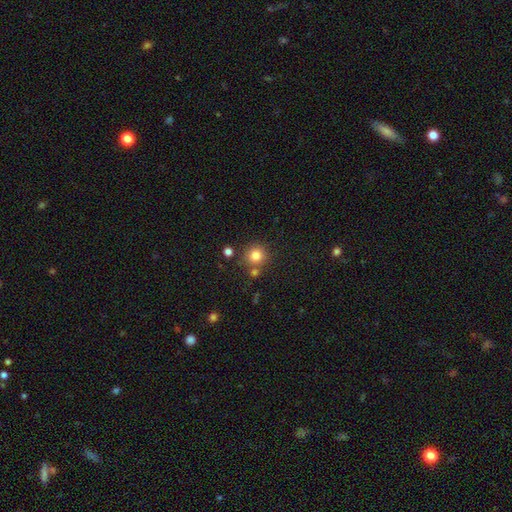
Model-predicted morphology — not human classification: The model was most divided on "merging": none: 77%, merger: 11%, minor disturbance: 9%, major disturbance: 3%. More confident: how rounded — round (93%); smooth or featured — smooth (81%).